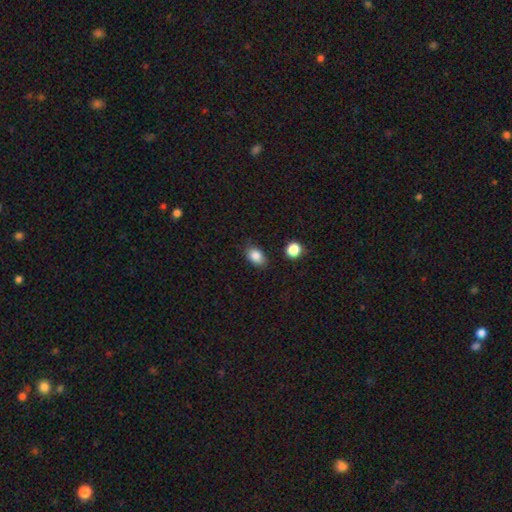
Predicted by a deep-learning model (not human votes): smooth_or_featured: smooth (p=0.86) [alt: star or artifact p=0.09]
how_rounded: in between (p=0.82) [alt: round p=0.16]
merging: none (p=0.80) [alt: minor disturbance p=0.14]